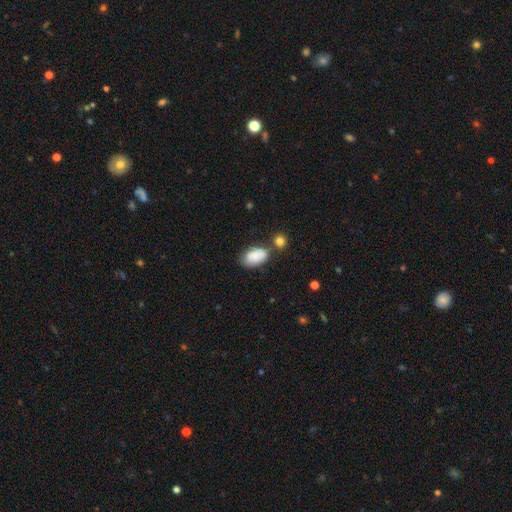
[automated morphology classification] smooth-or-featured: smooth: 84% | featured or disk: 9% | star or artifact: 7%
  how-rounded: in between: 94% | round: 5% | cigar-shaped: 2%
  merging: none: 60% | minor disturbance: 21% | merger: 13% | major disturbance: 6%